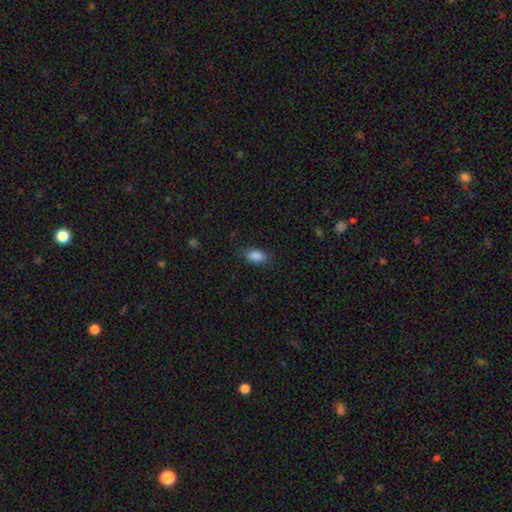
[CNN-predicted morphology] Smooth or featured? smooth (88%)
How rounded? in between (90%)
Merging? none (81%)